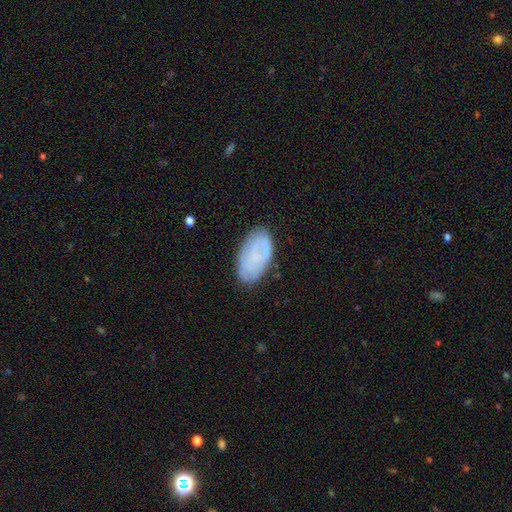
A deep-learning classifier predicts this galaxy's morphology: A smooth galaxy with no disk features (54%) that is in between round and cigar-shaped (94%). Merging: none (76%).